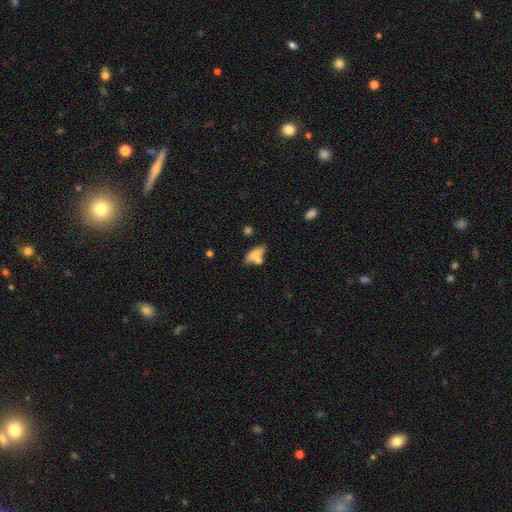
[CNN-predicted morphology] Overall: smooth (68%). How rounded: in between (70%). Merging: none (43%; merger 33%).